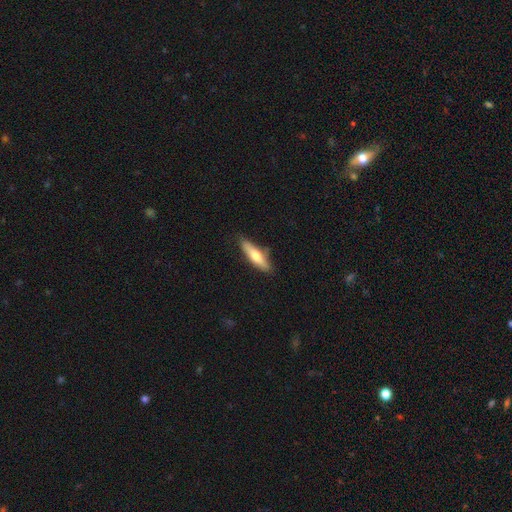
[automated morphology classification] The model was most divided on "smooth or featured": smooth: 63%, featured or disk: 32%, star or artifact: 5%. More confident: merging — none (79%); how rounded — cigar-shaped (70%).